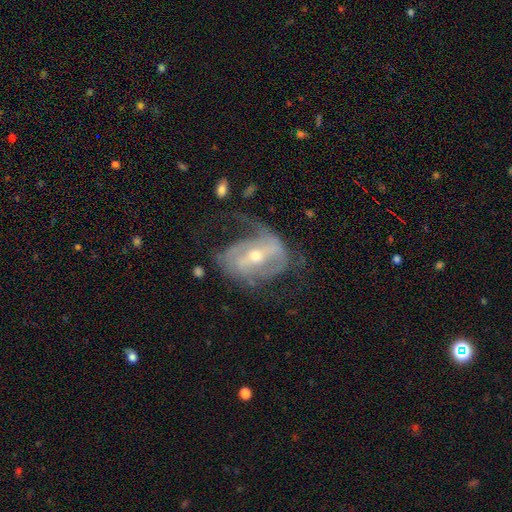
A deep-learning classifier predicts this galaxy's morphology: Smooth or featured: featured or disk — 84% (smooth — 10%)
Edge-on disk: no — 95% (yes — 5%)
Bar: strong — 47% (weak — 35%)
Spiral arms: yes — 87% (no — 13%)
Spiral winding: medium — 43% (loose — 34%)
Spiral arm count: 2 — 62% (can't tell — 17%)
Bulge size: small — 50% (moderate — 47%)
Merging: none — 42% (major disturbance — 33%)